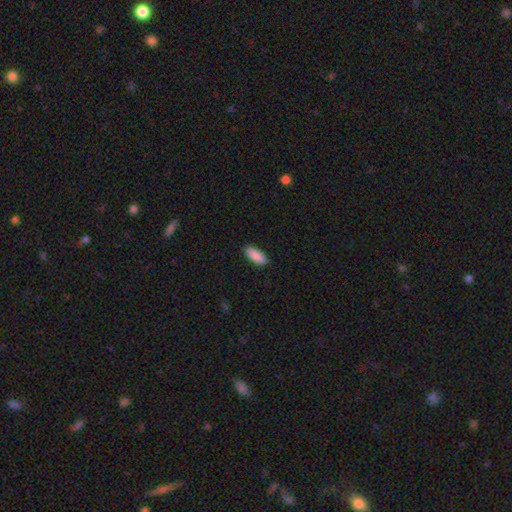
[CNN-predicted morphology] smooth_or_featured: smooth (p=0.90) [alt: star or artifact p=0.06]
how_rounded: in between (p=0.80) [alt: cigar-shaped p=0.18]
merging: none (p=0.90) [alt: minor disturbance p=0.08]